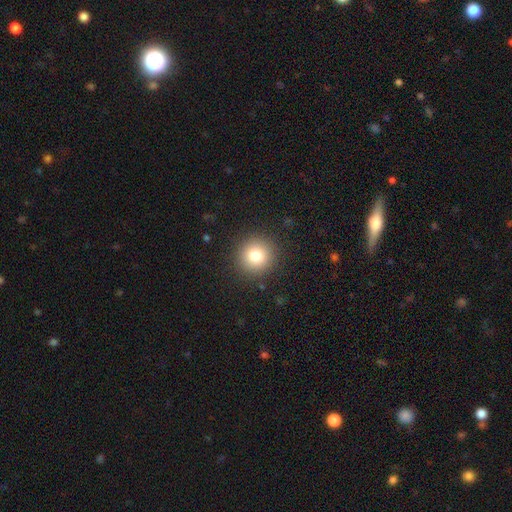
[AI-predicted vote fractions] smooth 79%, star or artifact 12%, featured or disk 9%. Down the decision tree: how rounded — round (93%); merging — none (90%).